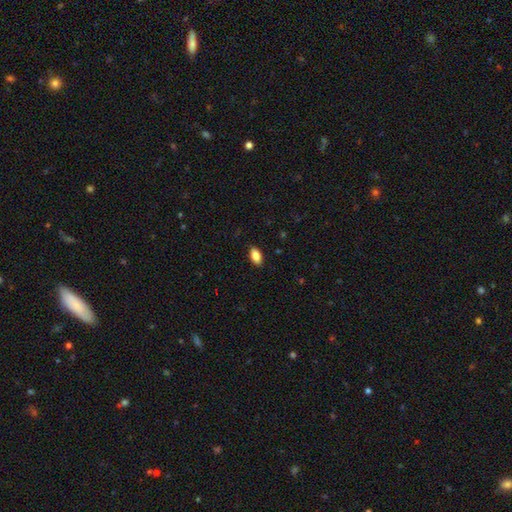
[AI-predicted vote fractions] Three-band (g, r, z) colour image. It shows a smooth galaxy with no disk features (85%) that is in between round and cigar-shaped (92%). Merging: none (89%).